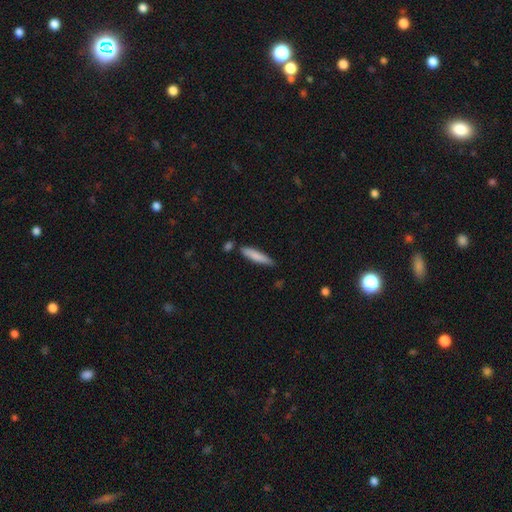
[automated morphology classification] smooth 81%, featured or disk 13%, star or artifact 6%. Down the decision tree: how rounded — cigar-shaped (84%); merging — none (73%).